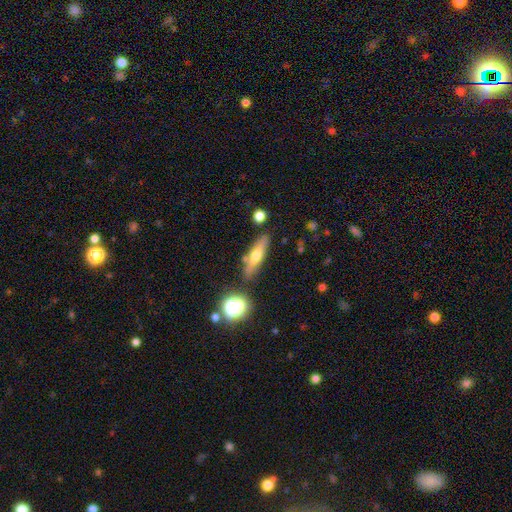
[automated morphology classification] smooth 50%, featured or disk 41%, star or artifact 9%. Down the decision tree: merging — none (78%).